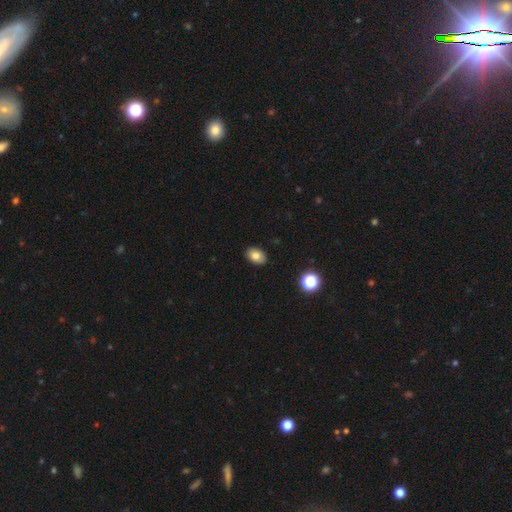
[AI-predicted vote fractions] Smooth or featured? Predicted: smooth (p=0.82). How rounded? Predicted: in between (p=0.82). Merging? Predicted: none (p=0.89).